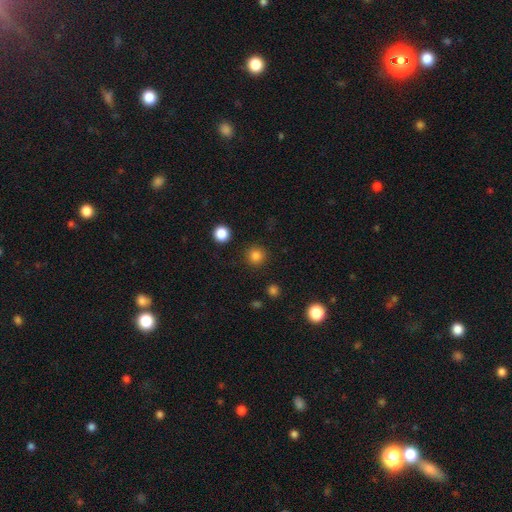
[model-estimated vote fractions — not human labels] smooth_or_featured: smooth (p=0.83) [alt: star or artifact p=0.14]
how_rounded: round (p=0.95) [alt: in between p=0.04]
merging: none (p=0.91) [alt: minor disturbance p=0.05]